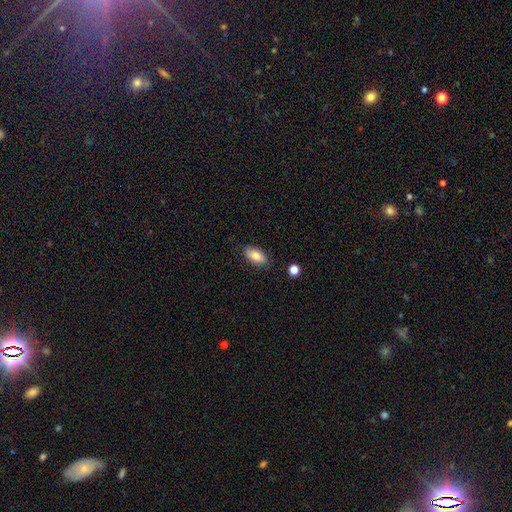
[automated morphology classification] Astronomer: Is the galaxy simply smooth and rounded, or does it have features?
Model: smooth — 81%.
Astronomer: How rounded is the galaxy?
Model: in between — 90%.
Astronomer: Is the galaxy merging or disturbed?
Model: none — 83%.